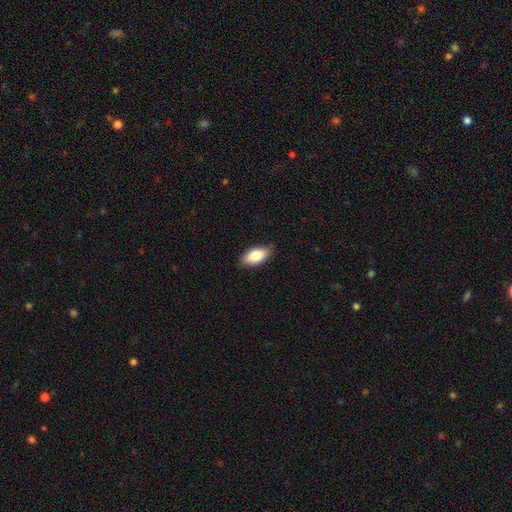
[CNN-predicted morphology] smooth-or-featured: smooth: 81% | featured or disk: 13% | star or artifact: 6%
  how-rounded: in between: 92% | cigar-shaped: 5% | round: 3%
  merging: none: 83% | minor disturbance: 14% | major disturbance: 2% | merger: 1%